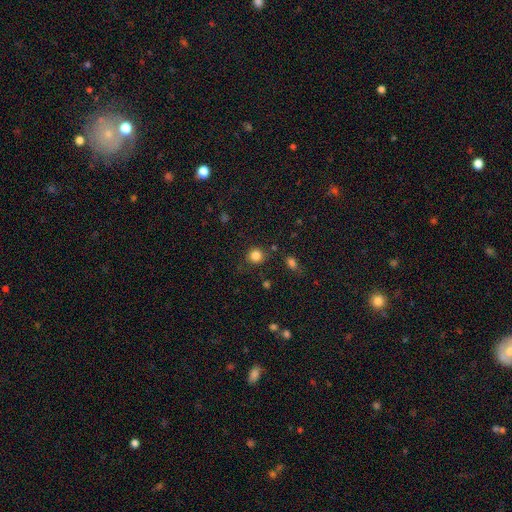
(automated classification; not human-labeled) Morphology: type=smooth (84%); roundness=round (90%); merging=none (84%).